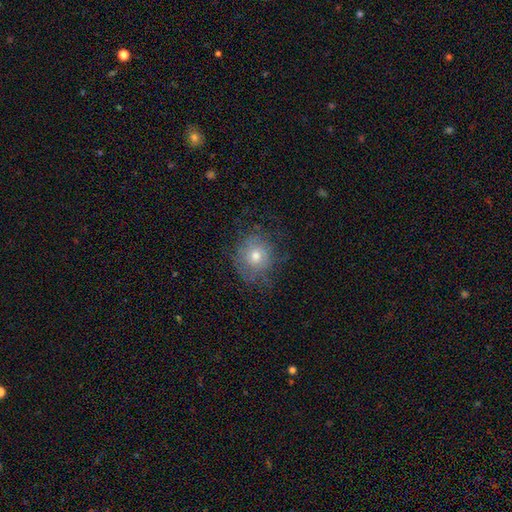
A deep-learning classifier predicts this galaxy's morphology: A smooth galaxy with no disk features (51%) that is round (82%).

Vote fractions:
- Smooth or featured? smooth: 51% / featured or disk: 36% / star or artifact: 13%
- How rounded? round: 82% / in between: 17% / cigar-shaped: 1%
- Merging? none: 66% / minor disturbance: 20% / major disturbance: 13% / merger: 1%